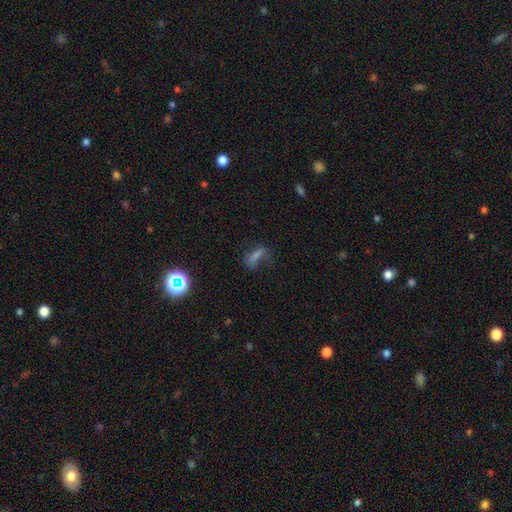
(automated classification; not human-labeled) This appears to be a smooth galaxy with no disk features (44%). Merging: none (48%).